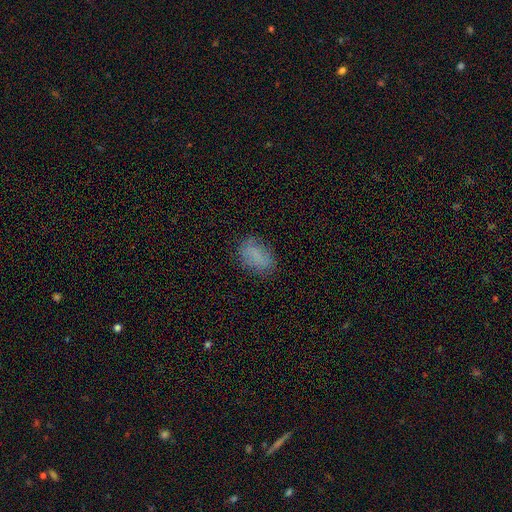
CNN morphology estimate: Smooth or featured?
  - smooth: 74% *
  - featured or disk: 15%
  - star or artifact: 10%
How rounded?
  - in between: 86% *
  - round: 12%
  - cigar-shaped: 2%
Merging?
  - none: 73% *
  - minor disturbance: 19%
  - major disturbance: 6%
  - merger: 1%